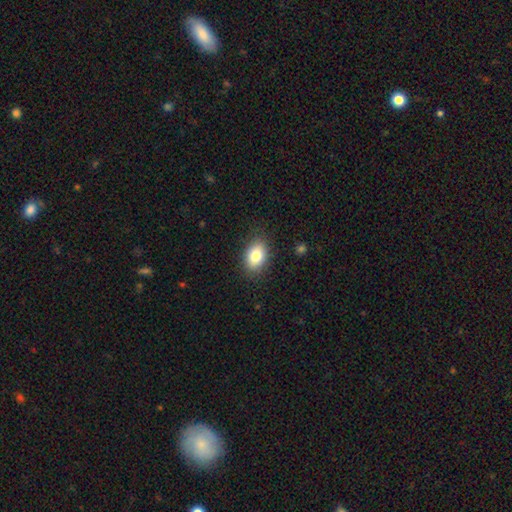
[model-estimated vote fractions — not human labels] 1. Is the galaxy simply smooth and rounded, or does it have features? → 82% smooth, 10% featured or disk, 8% star or artifact.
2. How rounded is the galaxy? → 82% in between, 16% round, 1% cigar-shaped.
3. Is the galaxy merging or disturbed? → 85% none, 11% minor disturbance, 3% major disturbance, 1% merger.